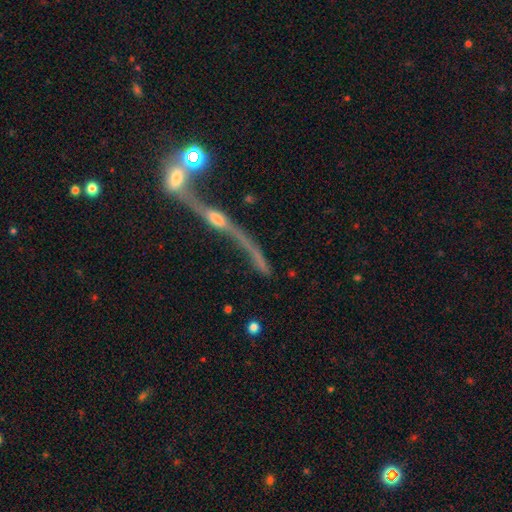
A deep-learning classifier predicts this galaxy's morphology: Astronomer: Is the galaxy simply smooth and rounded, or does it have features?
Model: featured or disk — 75%.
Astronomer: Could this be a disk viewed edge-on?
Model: no — 56% (runner-up: yes, 44%).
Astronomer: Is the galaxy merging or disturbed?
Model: merger — 38% (runner-up: none, 30%).